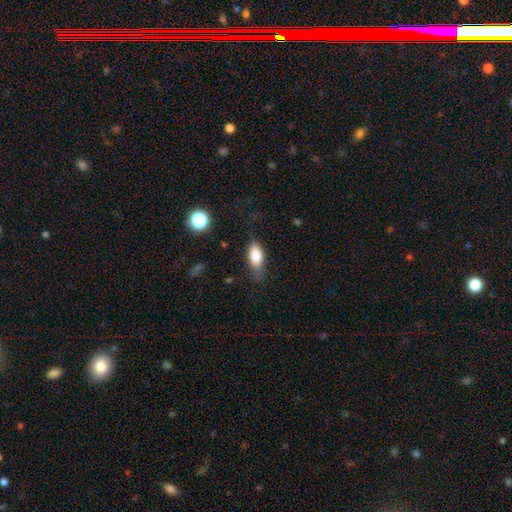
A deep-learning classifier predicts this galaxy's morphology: Smooth or featured? Predicted: smooth (p=0.79). How rounded? Predicted: in between (p=0.84). Merging? Predicted: none (p=0.66).